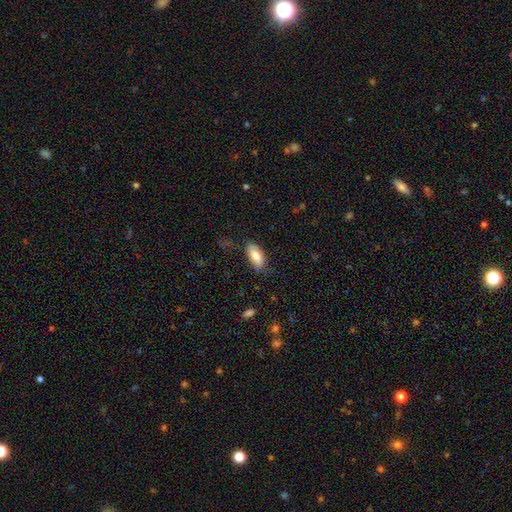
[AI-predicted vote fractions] Smooth or featured? smooth (79%)
How rounded? in between (86%)
Merging? none (75%)